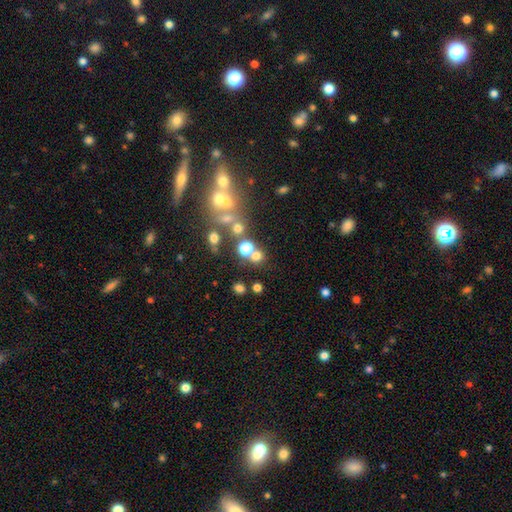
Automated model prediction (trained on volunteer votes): Smooth or featured: smooth — 65% (star or artifact — 22%)
How rounded: round — 85% (in between — 13%)
Merging: none — 59% (merger — 27%)